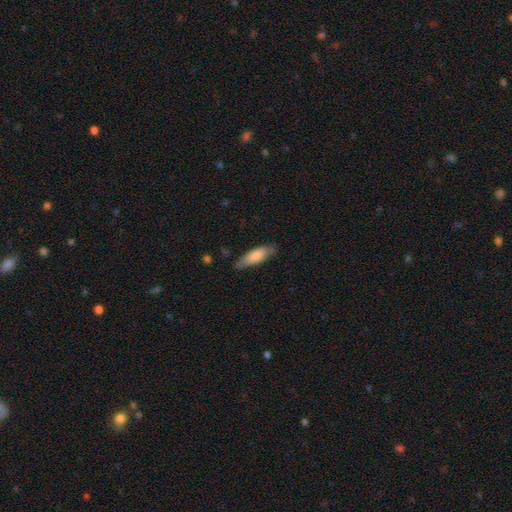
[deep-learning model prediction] This appears to be a smooth galaxy with no disk features (78%) that is in between round and cigar-shaped (50%). Merging: none (76%).